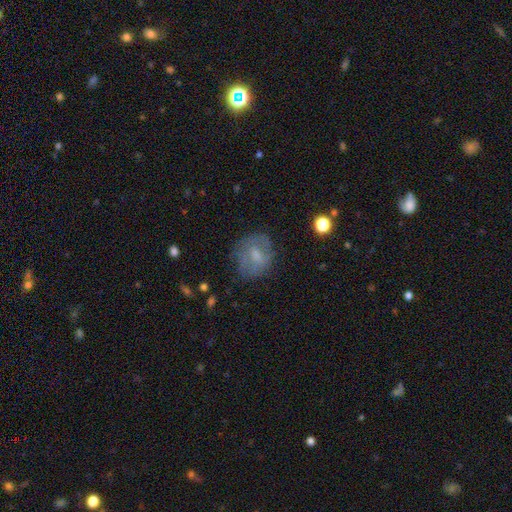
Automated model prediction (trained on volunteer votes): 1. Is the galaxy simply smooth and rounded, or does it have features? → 57% smooth, 34% featured or disk, 10% star or artifact.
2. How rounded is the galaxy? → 66% round, 32% in between, 1% cigar-shaped.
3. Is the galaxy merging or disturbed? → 66% none, 21% minor disturbance, 10% major disturbance, 2% merger.